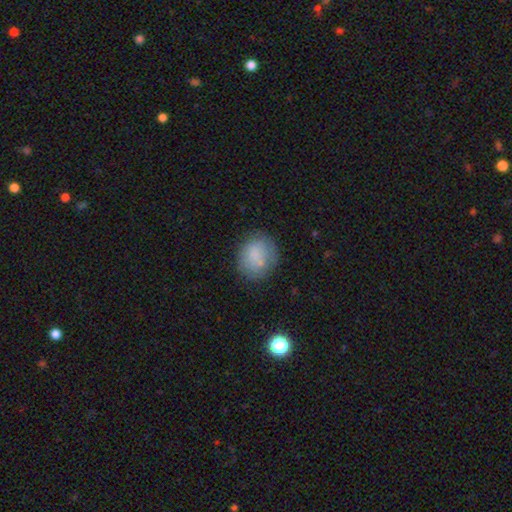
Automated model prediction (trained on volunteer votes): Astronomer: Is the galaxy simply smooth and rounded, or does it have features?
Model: smooth — 77%.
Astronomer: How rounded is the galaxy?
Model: round — 70%.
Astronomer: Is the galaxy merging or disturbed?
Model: none — 70%.